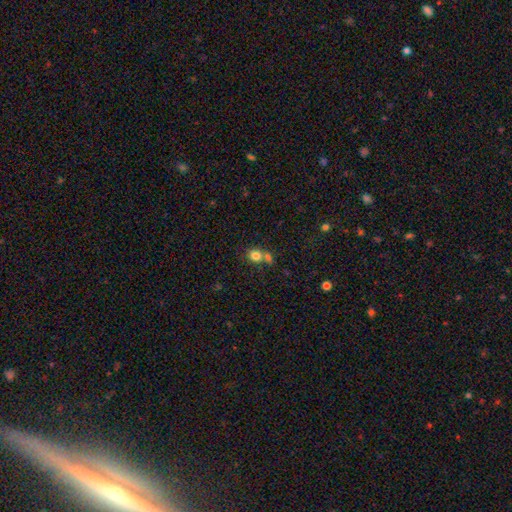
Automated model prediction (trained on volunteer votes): Morphology: type=smooth (81%); roundness=round (77%); merging=none (47%).